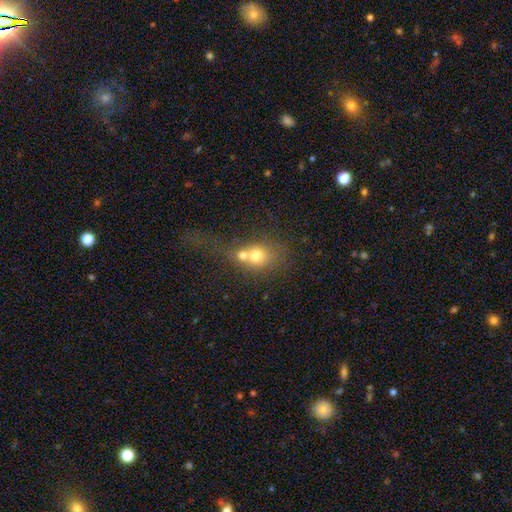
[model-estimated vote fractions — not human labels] This is likely a smooth galaxy (66%). How rounded: likely round (66%). Merging: likely merger (64%).